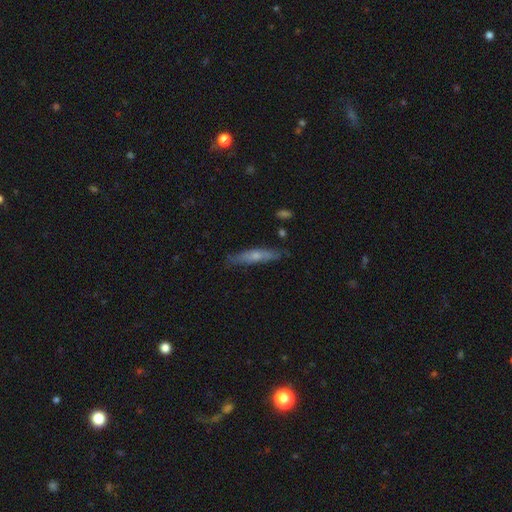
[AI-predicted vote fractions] Q: Smooth or featured?
A: smooth (49%); runner-up: featured or disk (44%)
Q: Merging?
A: none (81%); runner-up: minor disturbance (15%)